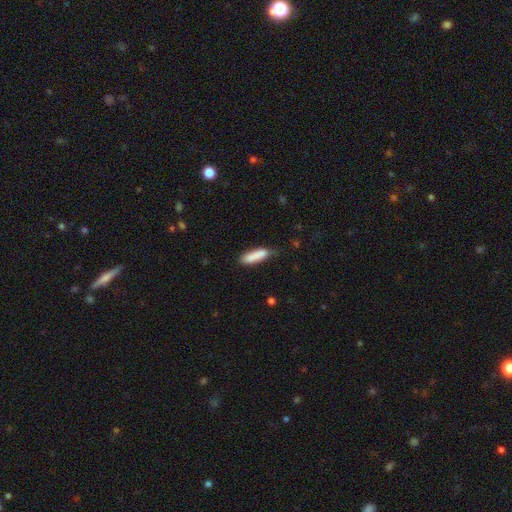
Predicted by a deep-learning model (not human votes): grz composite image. It shows a smooth galaxy with no disk features (84%) that is cigar-shaped (64%). Merging: none (62%).